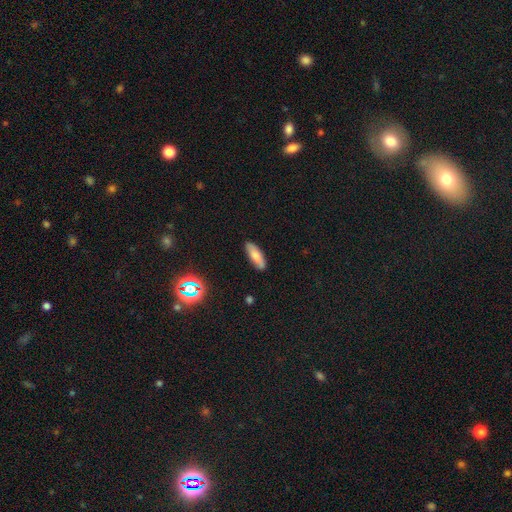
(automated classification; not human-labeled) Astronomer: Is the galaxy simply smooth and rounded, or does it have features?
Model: smooth — 77%.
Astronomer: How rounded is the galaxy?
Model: in between — 56% (runner-up: cigar-shaped, 42%).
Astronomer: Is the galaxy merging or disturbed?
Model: none — 85%.